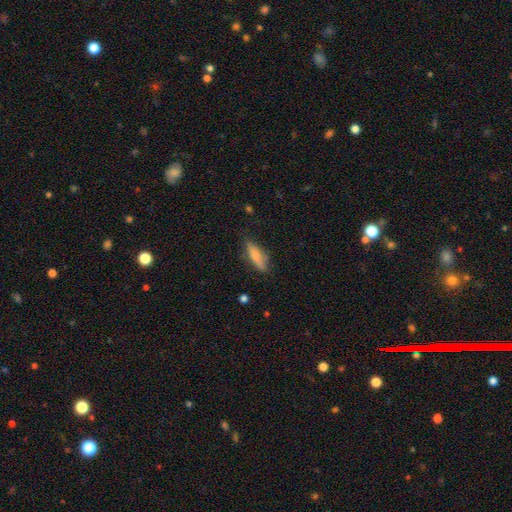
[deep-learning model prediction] Q: Smooth or featured?
A: smooth (72%); runner-up: featured or disk (21%)
Q: How rounded?
A: cigar-shaped (63%); runner-up: in between (35%)
Q: Merging?
A: none (75%); runner-up: minor disturbance (18%)